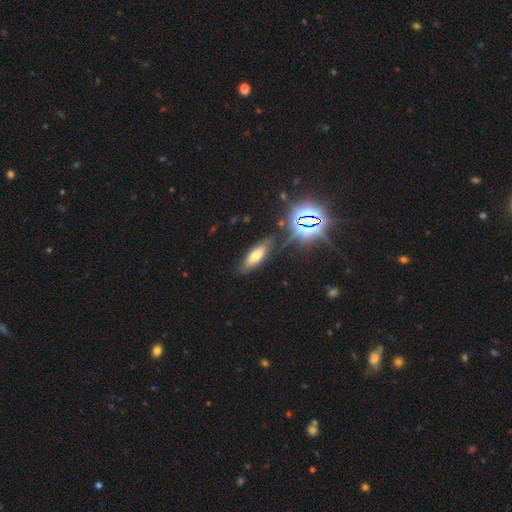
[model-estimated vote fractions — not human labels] smooth_or_featured: smooth (p=0.56) [alt: featured or disk p=0.24]
how_rounded: in between (p=0.59) [alt: cigar-shaped p=0.37]
merging: none (p=0.76) [alt: minor disturbance p=0.15]